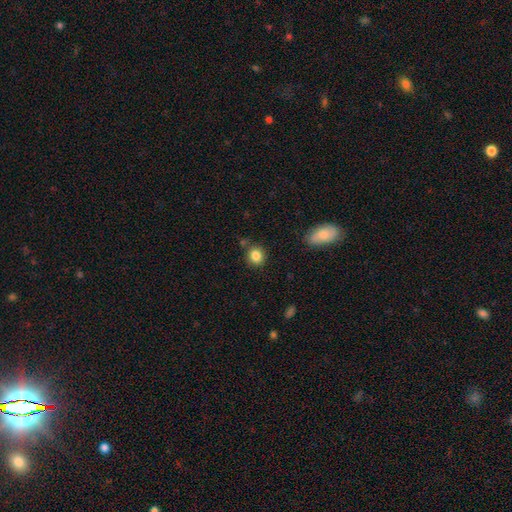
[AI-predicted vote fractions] Smooth or featured?
  - smooth: 85% *
  - star or artifact: 10%
  - featured or disk: 5%
How rounded?
  - round: 71% *
  - in between: 28%
  - cigar-shaped: 1%
Merging?
  - none: 80% *
  - minor disturbance: 12%
  - merger: 5%
  - major disturbance: 3%